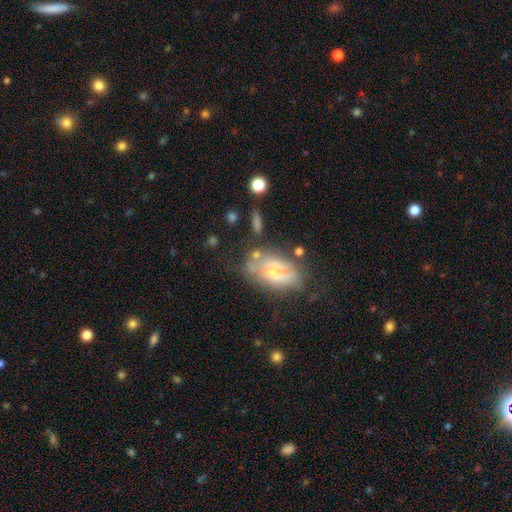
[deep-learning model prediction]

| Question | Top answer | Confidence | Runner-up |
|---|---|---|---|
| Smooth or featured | featured or disk | 51% | smooth (39%) |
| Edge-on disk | no | 86% | yes (14%) |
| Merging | none | 43% | minor disturbance (27%) |